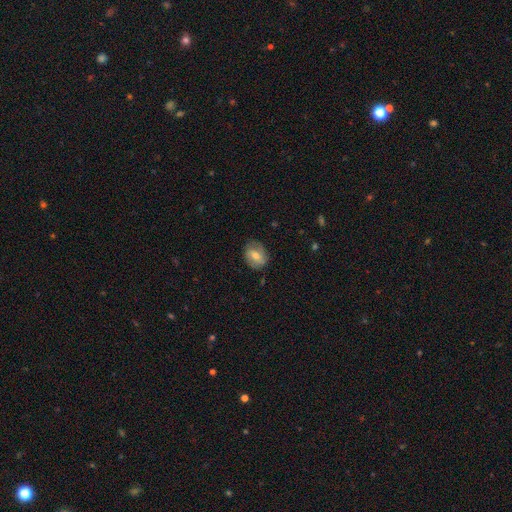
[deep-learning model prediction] smooth_or_featured: smooth (p=0.51) [alt: featured or disk p=0.41]
how_rounded: in between (p=0.51) [alt: round p=0.48]
merging: none (p=0.74) [alt: minor disturbance p=0.20]